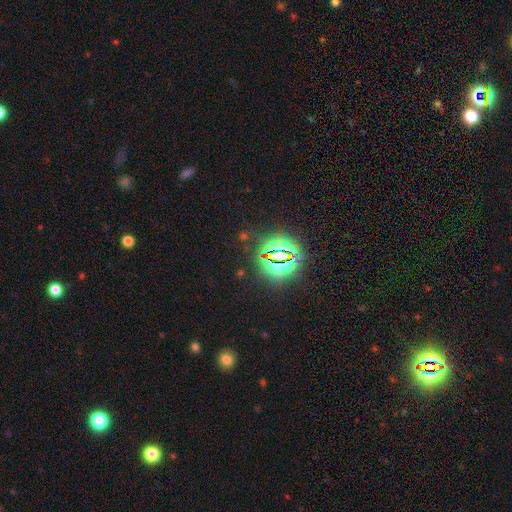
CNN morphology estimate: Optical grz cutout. It shows a star or artifact, not a galaxy (81%).